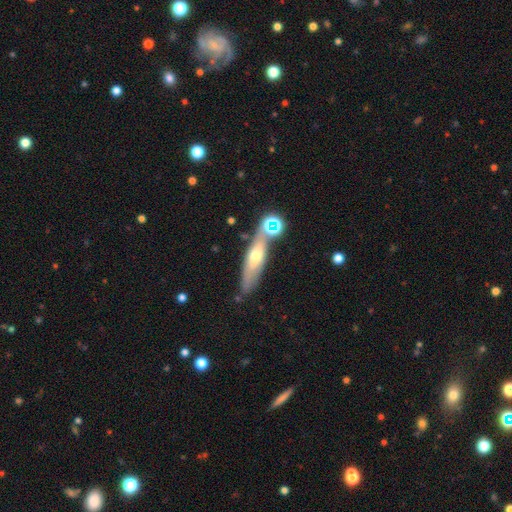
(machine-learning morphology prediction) featured or disk 50%, smooth 39%, star or artifact 11%. Down the decision tree: edge-on disk — yes (73%); merging — none (69%).